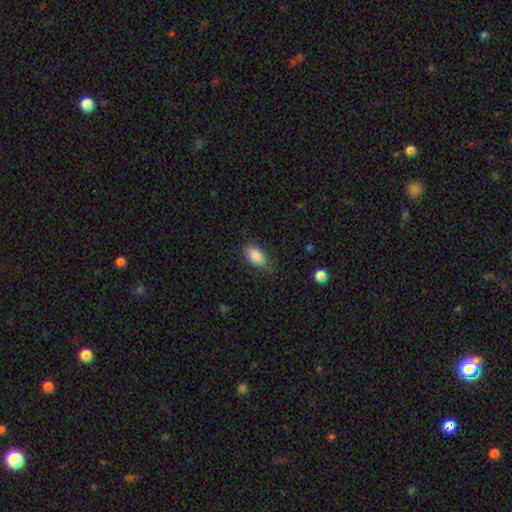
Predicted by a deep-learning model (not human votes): Overall: smooth (86%). How rounded: in between (91%). Merging: none (72%).